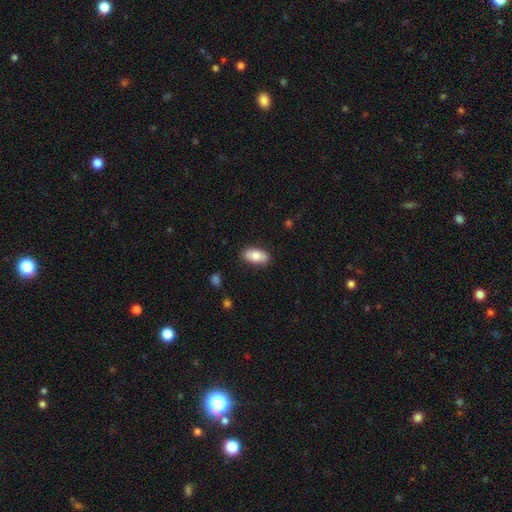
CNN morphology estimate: This appears to be a smooth galaxy with no disk features (78%) that is in between round and cigar-shaped (93%). Merging: none (85%).